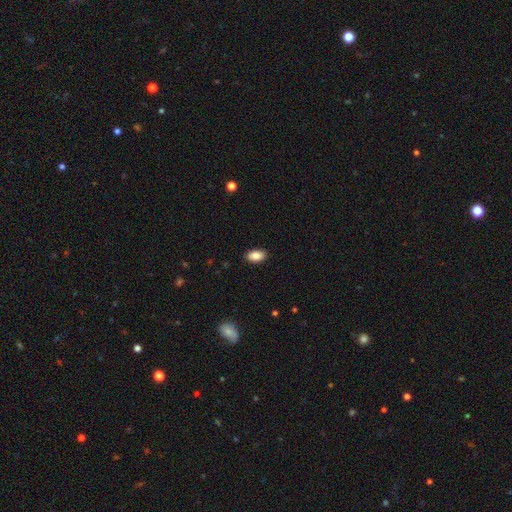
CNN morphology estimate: type=smooth (87%); roundness=in between (93%); merging=none (90%).